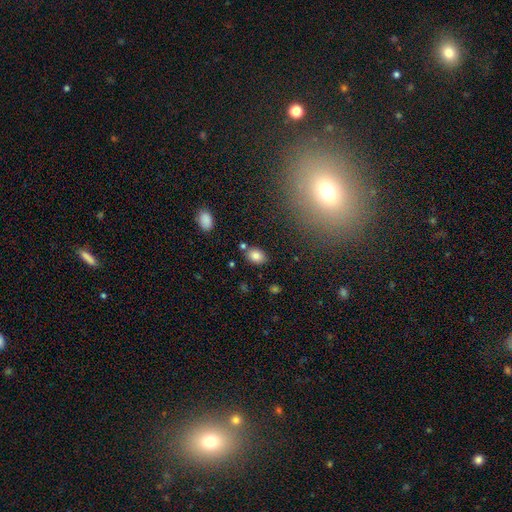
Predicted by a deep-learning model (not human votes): smooth_or_featured: smooth (p=0.82) [alt: star or artifact p=0.10]
how_rounded: in between (p=0.71) [alt: round p=0.27]
merging: none (p=0.78) [alt: minor disturbance p=0.12]